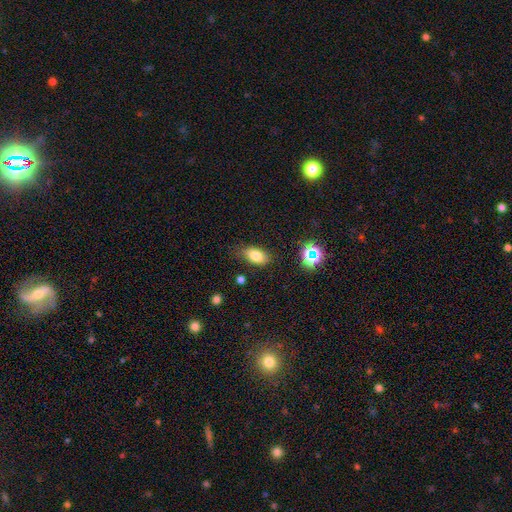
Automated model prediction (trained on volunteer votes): smooth 78%, star or artifact 12%, featured or disk 10%. Down the decision tree: how rounded — in between (88%); merging — none (79%).